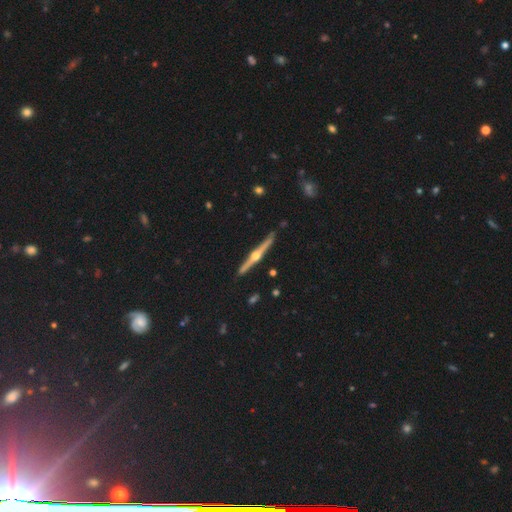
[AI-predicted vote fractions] Smooth or featured? featured or disk (84%)
Edge-on disk? yes (98%)
Edge-on bulge? rounded (96%)
Merging? none (90%)